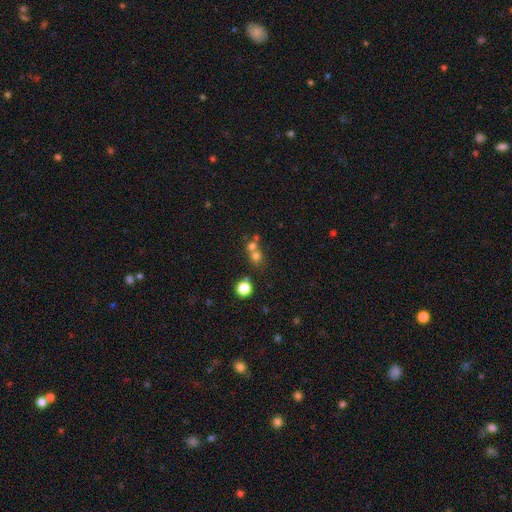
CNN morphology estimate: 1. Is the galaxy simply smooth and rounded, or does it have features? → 69% smooth, 19% star or artifact, 12% featured or disk.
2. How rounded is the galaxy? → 82% round, 17% in between, 1% cigar-shaped.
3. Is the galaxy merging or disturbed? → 48% merger, 42% none, 6% minor disturbance, 4% major disturbance.